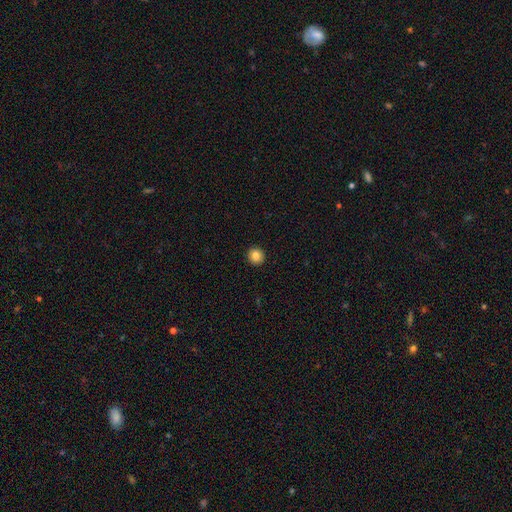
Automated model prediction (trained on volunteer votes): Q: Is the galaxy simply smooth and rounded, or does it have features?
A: smooth — 84%.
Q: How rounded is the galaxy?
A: round — 93%.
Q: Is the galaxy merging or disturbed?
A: none — 93%.